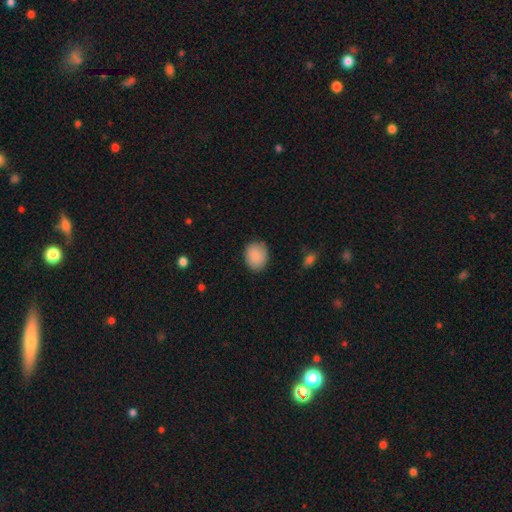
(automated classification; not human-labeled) Q: Smooth or featured?
A: smooth (88%); runner-up: star or artifact (7%)
Q: How rounded?
A: round (56%); runner-up: in between (43%)
Q: Merging?
A: none (84%); runner-up: minor disturbance (12%)